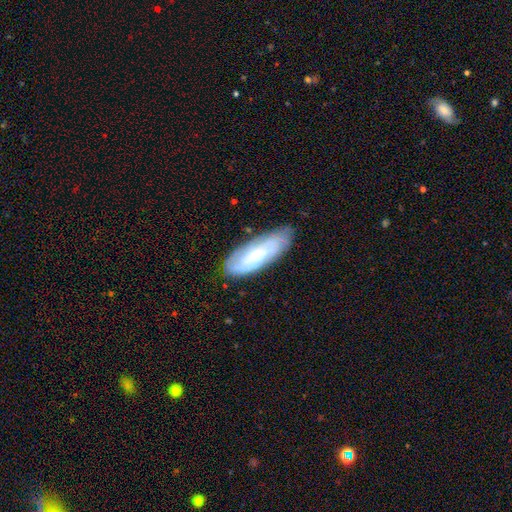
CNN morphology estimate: Smooth or featured: featured or disk — 51% (smooth — 41%)
Edge-on disk: no — 82% (yes — 18%)
Merging: none — 73% (minor disturbance — 21%)